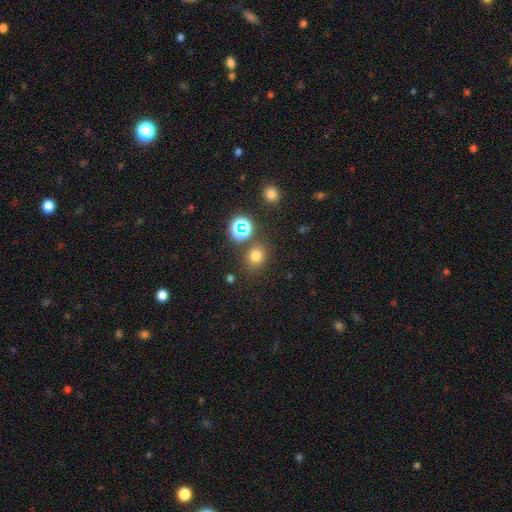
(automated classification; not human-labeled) Smooth or featured? Predicted: smooth (p=0.70). How rounded? Predicted: round (p=0.69). Merging? Predicted: none (p=0.77).